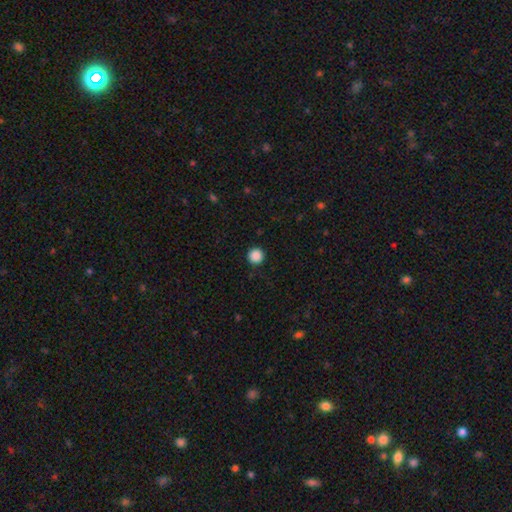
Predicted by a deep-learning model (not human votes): Morphology: type=smooth (88%); roundness=round (96%); merging=none (92%).